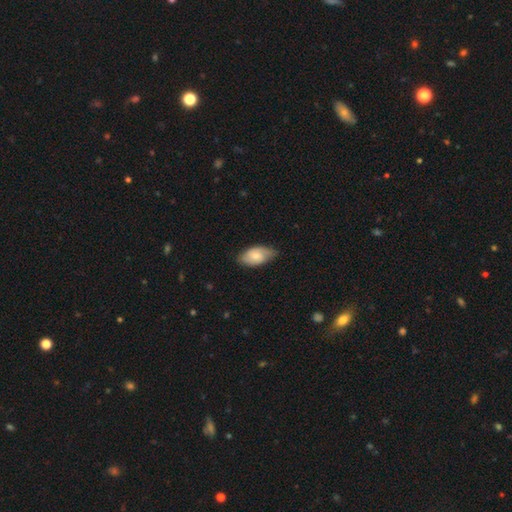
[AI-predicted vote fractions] Morphology: type=smooth (64%); roundness=in between (93%); merging=none (67%).